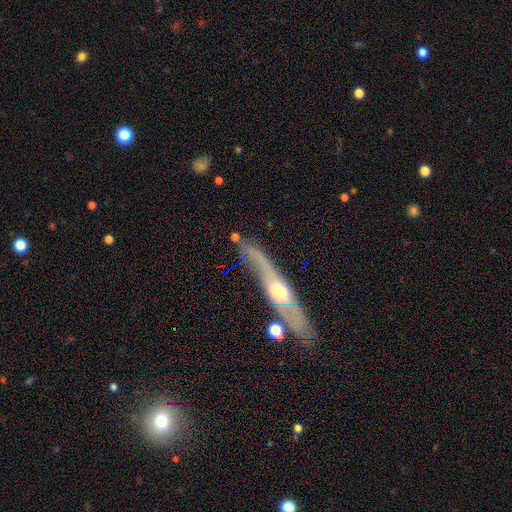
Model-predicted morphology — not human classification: smooth_or_featured: featured or disk (p=0.65) [alt: smooth p=0.27]
disk_edge_on: yes (p=0.77) [alt: no p=0.23]
edge_on_bulge: rounded (p=0.83) [alt: none p=0.12]
merging: none (p=0.65) [alt: minor disturbance p=0.18]